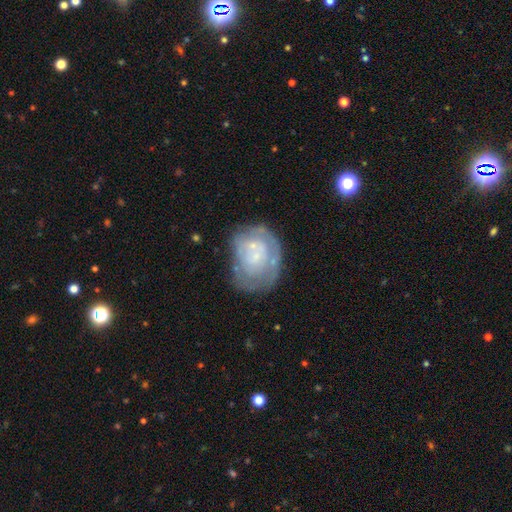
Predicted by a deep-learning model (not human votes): This appears to be a featured or disk galaxy (63%) with no bar (77%), spiral arms (61%) and a small central bulge (66%). Merging: none (54%).